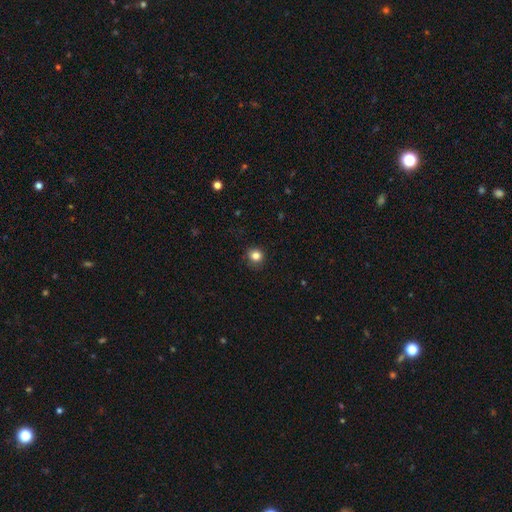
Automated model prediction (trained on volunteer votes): smooth 83%, star or artifact 12%, featured or disk 5%. Down the decision tree: how rounded — round (89%); merging — none (86%).